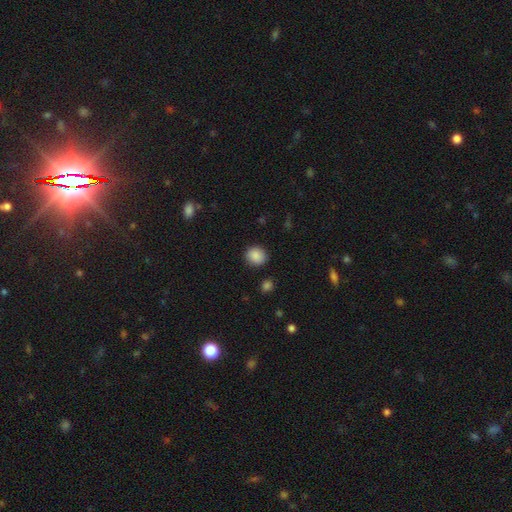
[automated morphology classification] A smooth galaxy with no disk features (88%) that is round (83%). Merging: none (88%).